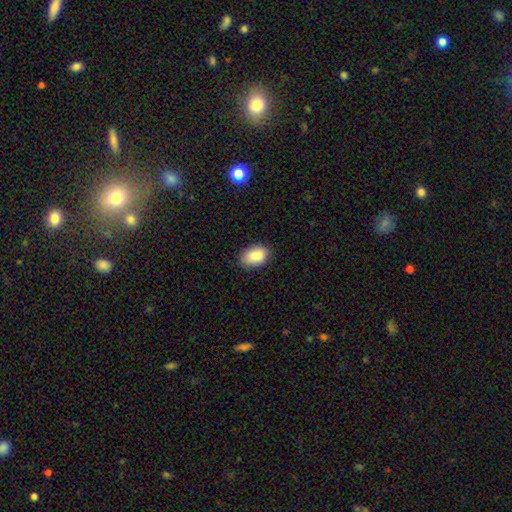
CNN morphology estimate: A smooth galaxy with no disk features (87%) that is in between round and cigar-shaped (90%).

Vote fractions:
- Smooth or featured? smooth: 87% / star or artifact: 7% / featured or disk: 6%
- How rounded? in between: 90% / round: 9% / cigar-shaped: 1%
- Merging? none: 84% / minor disturbance: 12% / major disturbance: 2% / merger: 1%